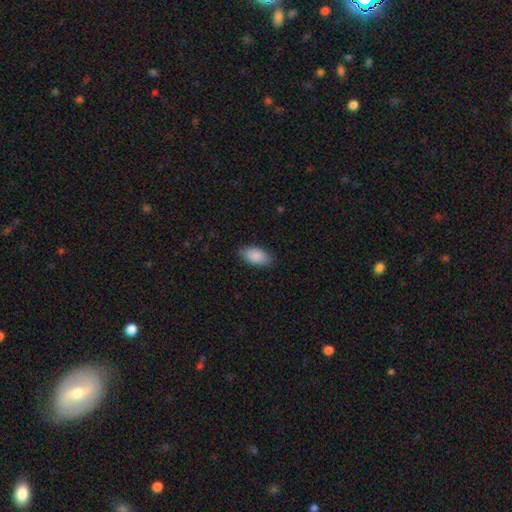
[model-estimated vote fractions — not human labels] The model was most divided on "merging": none: 83%, minor disturbance: 13%, major disturbance: 3%, merger: 1%. More confident: how rounded — in between (94%); smooth or featured — smooth (89%).